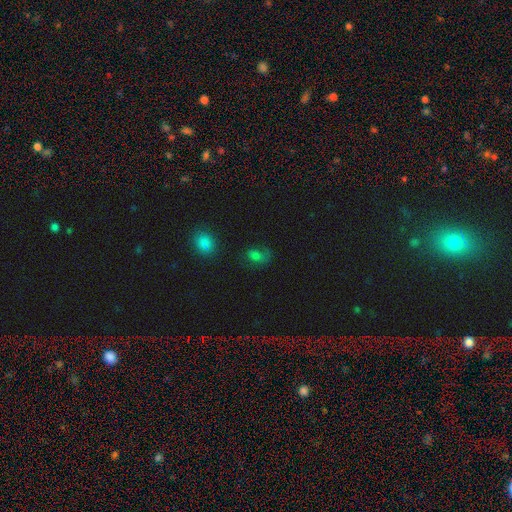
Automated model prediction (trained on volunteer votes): Smooth or featured: smooth — 59% (featured or disk — 21%)
How rounded: in between — 68% (round — 29%)
Merging: none — 41% (major disturbance — 31%)